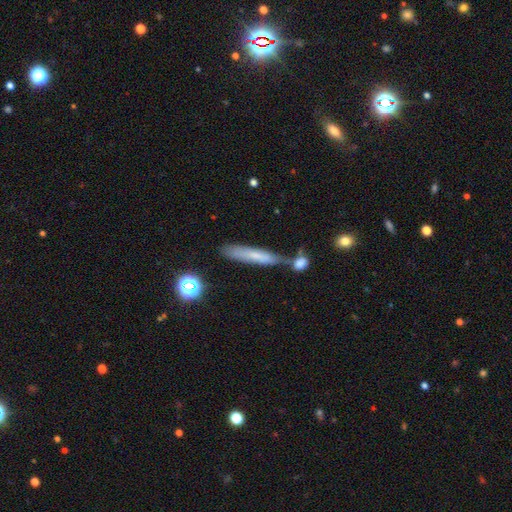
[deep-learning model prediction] The model was most divided on "smooth or featured": smooth: 60%, featured or disk: 30%, star or artifact: 10%. More confident: how rounded — cigar-shaped (88%); merging — none (54%).